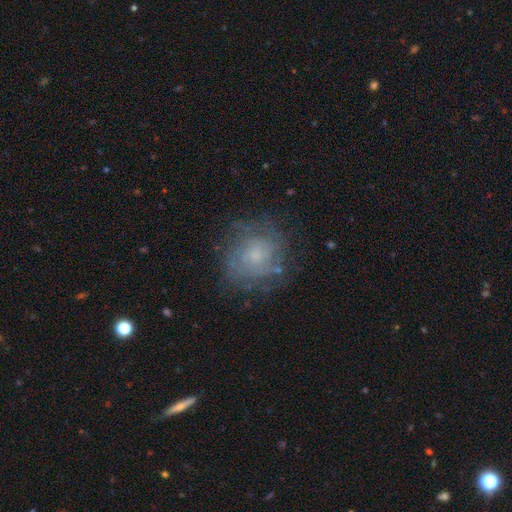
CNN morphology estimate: Overall: featured or disk (54%; smooth 34%). Edge-on disk: no (97%). Bar: no (79%). Spiral arms: yes (71%). Bulge size: small (53%; moderate 28%). Merging: none (70%).